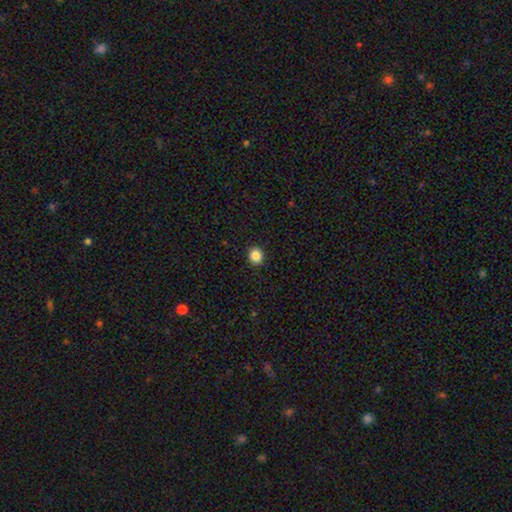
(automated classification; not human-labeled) smooth-or-featured: smooth: 87% | star or artifact: 10% | featured or disk: 3%
  how-rounded: round: 86% | in between: 14% | cigar-shaped: 1%
  merging: none: 93% | minor disturbance: 5% | major disturbance: 2% | merger: 1%